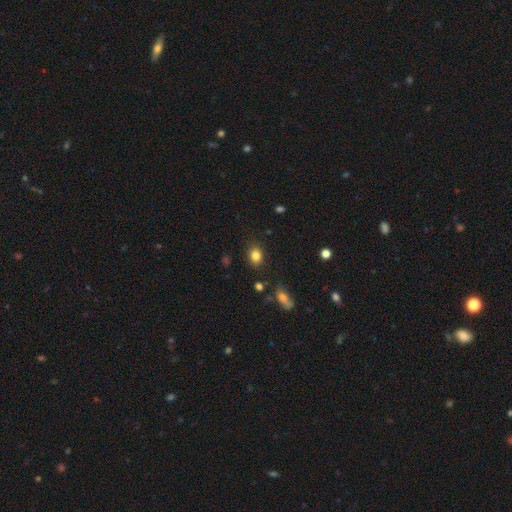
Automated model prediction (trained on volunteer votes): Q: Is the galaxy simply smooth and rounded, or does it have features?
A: smooth — 83%.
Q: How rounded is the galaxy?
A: in between — 63%.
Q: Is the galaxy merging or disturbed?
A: none — 84%.